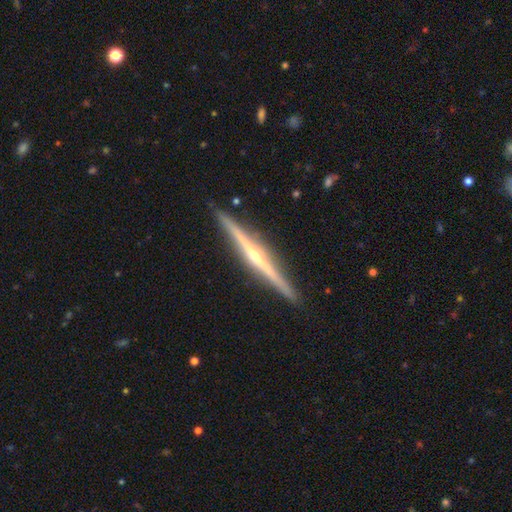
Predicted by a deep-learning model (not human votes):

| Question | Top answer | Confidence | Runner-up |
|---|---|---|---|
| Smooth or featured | featured or disk | 85% | smooth (10%) |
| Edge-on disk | yes | 98% | no (2%) |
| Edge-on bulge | rounded | 83% | none (13%) |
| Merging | none | 92% | minor disturbance (6%) |